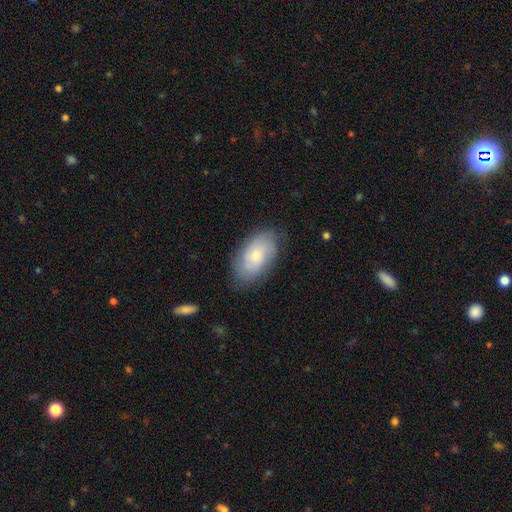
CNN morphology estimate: Overall: smooth (58%; featured or disk 35%). How rounded: in between (93%). Merging: none (77%).